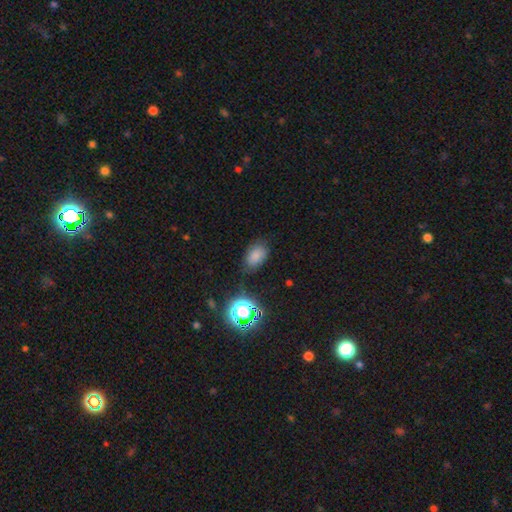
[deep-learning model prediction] Smooth or featured? Predicted: smooth (p=0.74). How rounded? Predicted: in between (p=0.85). Merging? Predicted: none (p=0.73).